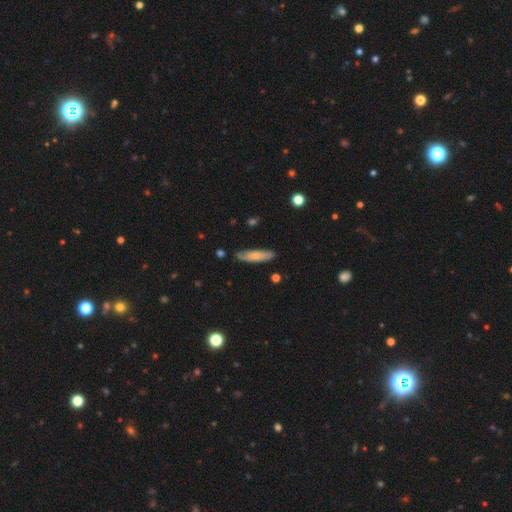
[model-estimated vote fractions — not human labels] smooth-or-featured: smooth: 70% | featured or disk: 24% | star or artifact: 6%
  how-rounded: cigar-shaped: 68% | in between: 30% | round: 2%
  merging: none: 81% | minor disturbance: 15% | major disturbance: 2% | merger: 2%